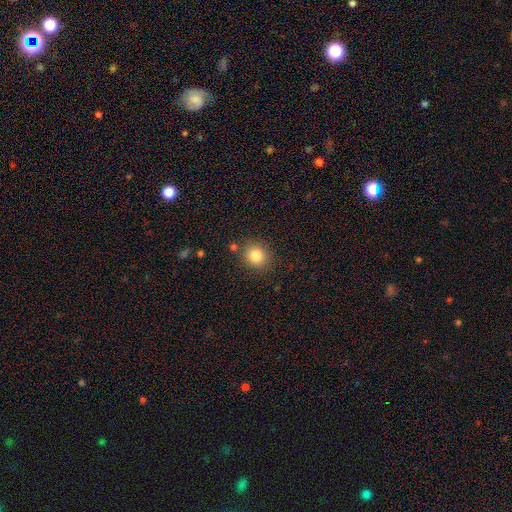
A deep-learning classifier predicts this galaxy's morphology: Smooth or featured?
  - smooth: 83% *
  - star or artifact: 11%
  - featured or disk: 6%
How rounded?
  - round: 83% *
  - in between: 16%
  - cigar-shaped: 1%
Merging?
  - none: 84% *
  - minor disturbance: 9%
  - merger: 4%
  - major disturbance: 3%